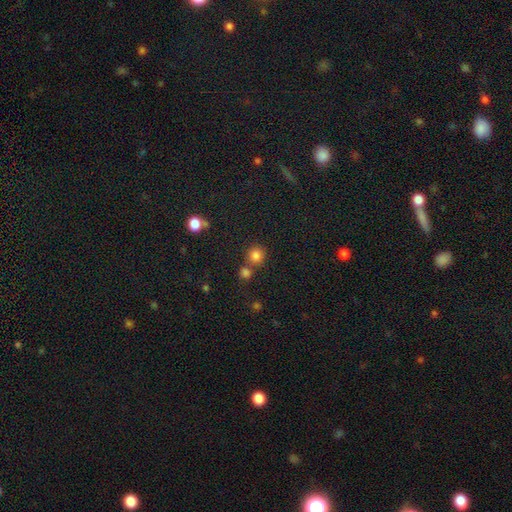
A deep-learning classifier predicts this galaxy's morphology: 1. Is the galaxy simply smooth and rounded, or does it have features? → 80% smooth, 15% star or artifact, 5% featured or disk.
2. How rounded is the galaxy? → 91% round, 8% in between, 1% cigar-shaped.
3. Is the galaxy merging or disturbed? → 67% none, 22% merger, 8% minor disturbance, 3% major disturbance.